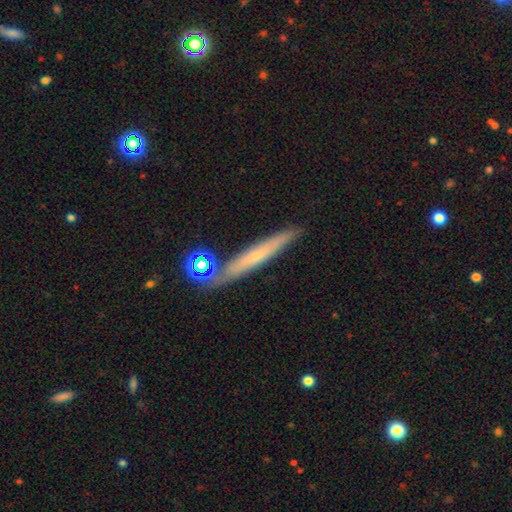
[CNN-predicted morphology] Smooth or featured? Predicted: featured or disk (p=0.48). Merging? Predicted: none (p=0.75).